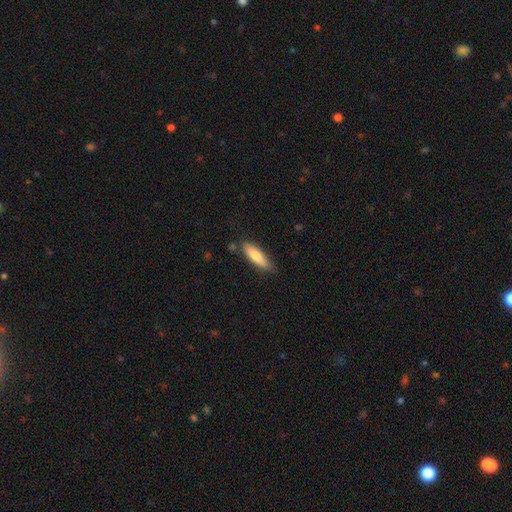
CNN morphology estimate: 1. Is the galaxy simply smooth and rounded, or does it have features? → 77% smooth, 17% featured or disk, 6% star or artifact.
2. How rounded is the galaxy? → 56% cigar-shaped, 42% in between, 2% round.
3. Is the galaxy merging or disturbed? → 78% none, 16% minor disturbance, 3% merger, 3% major disturbance.